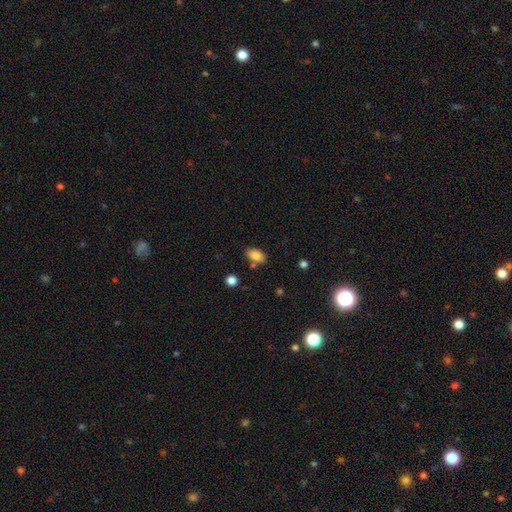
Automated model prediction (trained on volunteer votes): Smooth or featured? Predicted: smooth (p=0.84). How rounded? Predicted: in between (p=0.92). Merging? Predicted: none (p=0.78).